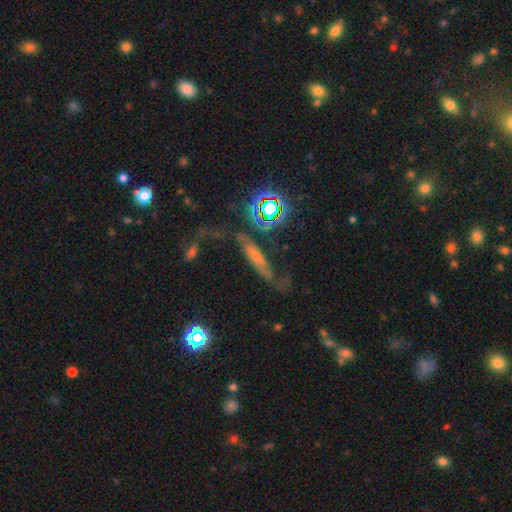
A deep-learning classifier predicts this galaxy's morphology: A featured or disk galaxy (55%). Merging: none (48%).